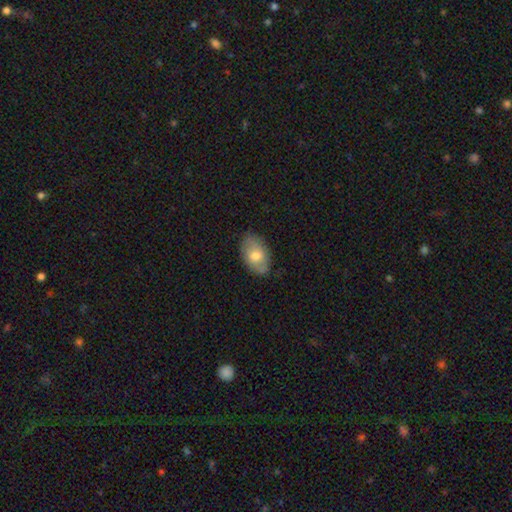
A smooth galaxy with no disk features (87%) that is in between round and cigar-shaped (94%). Merging: none (76%).